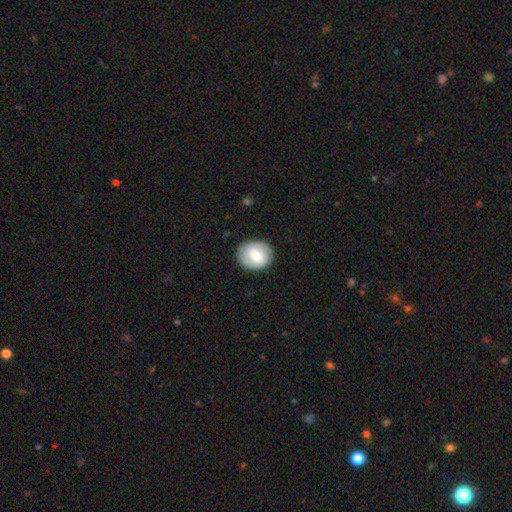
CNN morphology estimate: A smooth galaxy with no disk features (62%) that is round (67%). Merging: none (86%).